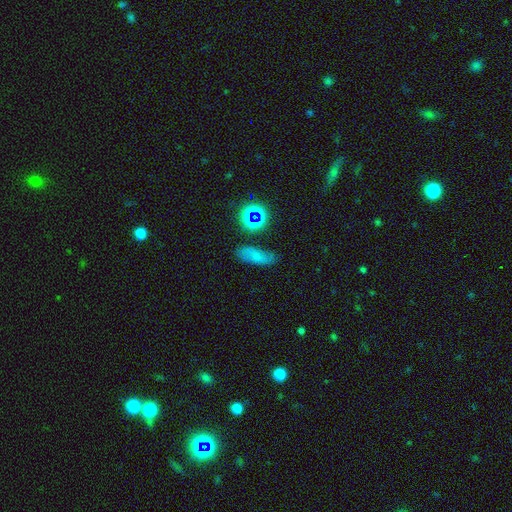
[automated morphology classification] Overall: smooth (56%; featured or disk 25%). How rounded: in between (66%). Merging: none (70%).